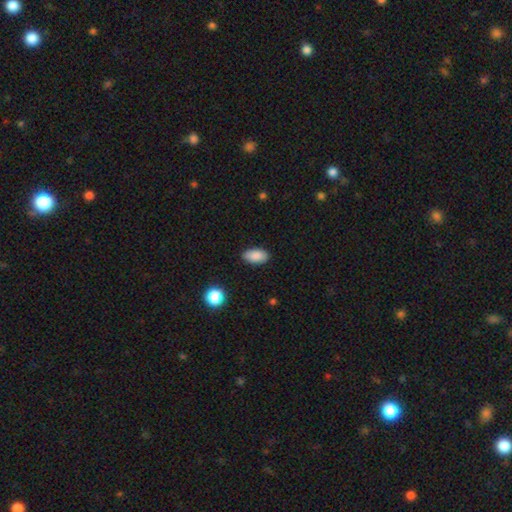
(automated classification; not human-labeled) Morphology: type=smooth (88%); roundness=in between (93%); merging=none (87%).